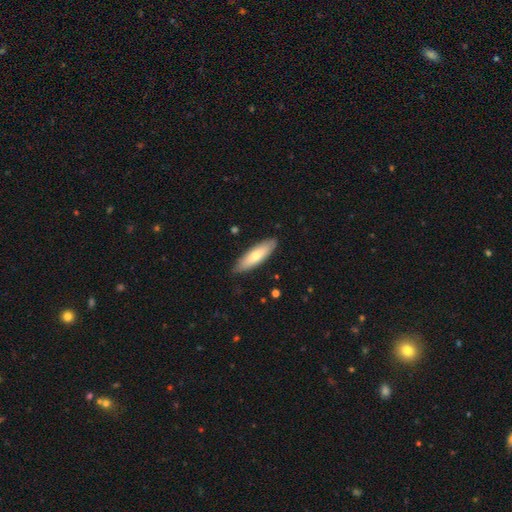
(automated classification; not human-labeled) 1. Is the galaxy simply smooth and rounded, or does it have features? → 69% smooth, 26% featured or disk, 5% star or artifact.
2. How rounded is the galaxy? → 53% cigar-shaped, 46% in between, 2% round.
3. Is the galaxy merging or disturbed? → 86% none, 12% minor disturbance, 2% major disturbance, 1% merger.